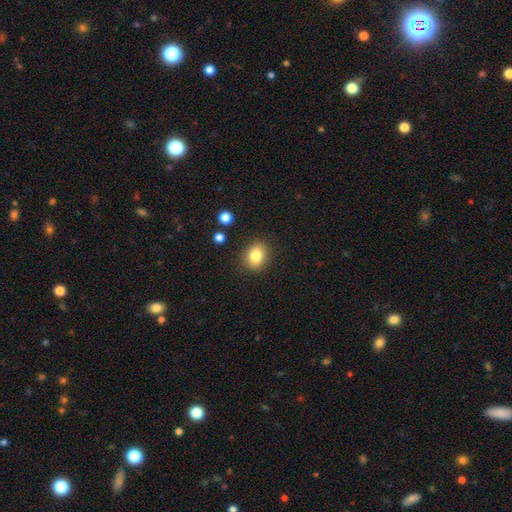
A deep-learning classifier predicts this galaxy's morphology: smooth_or_featured: smooth (p=0.82) [alt: star or artifact p=0.10]
how_rounded: in between (p=0.50) [alt: round p=0.49]
merging: none (p=0.87) [alt: minor disturbance p=0.09]